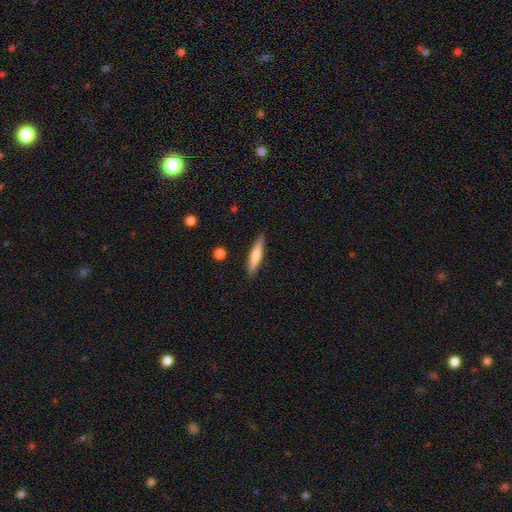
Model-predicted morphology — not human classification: The model was most divided on "smooth or featured": smooth: 66%, featured or disk: 28%, star or artifact: 6%. More confident: merging — none (88%); how rounded — cigar-shaped (88%).